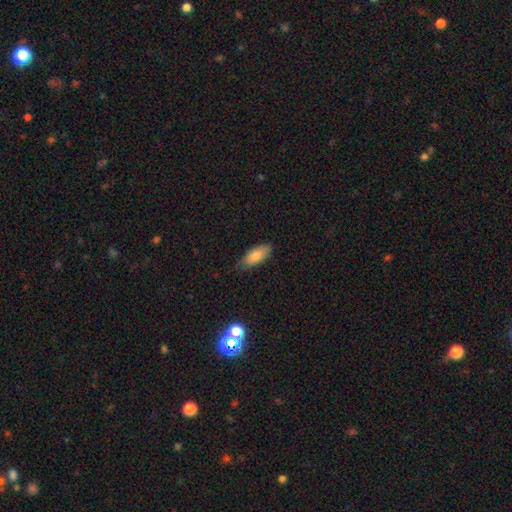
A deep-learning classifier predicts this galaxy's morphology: Smooth or featured?
  - smooth: 82% *
  - featured or disk: 11%
  - star or artifact: 7%
How rounded?
  - in between: 82% *
  - cigar-shaped: 16%
  - round: 2%
Merging?
  - none: 74% *
  - minor disturbance: 22%
  - major disturbance: 3%
  - merger: 1%